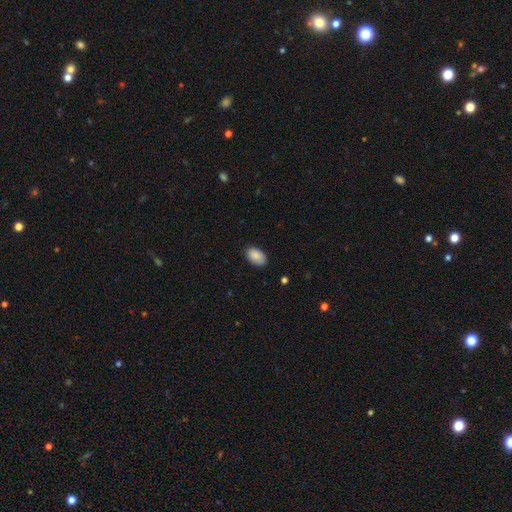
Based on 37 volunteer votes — This appears to be a smooth galaxy with no disk features (92%) that is in between round and cigar-shaped (94%). Merging: none (91%).